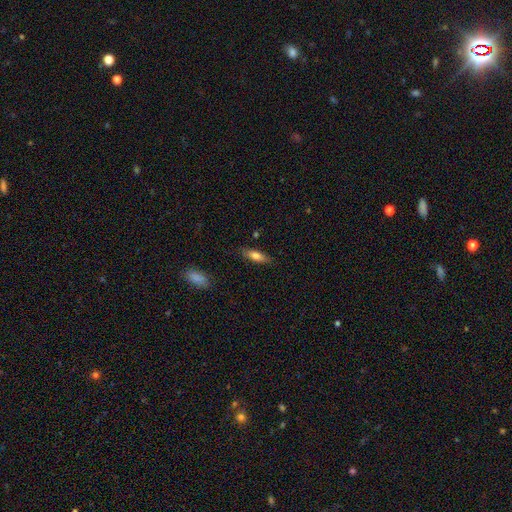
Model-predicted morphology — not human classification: A smooth galaxy with no disk features (75%) that is in between round and cigar-shaped (57%).

Vote fractions:
- Smooth or featured? smooth: 75% / featured or disk: 18% / star or artifact: 7%
- How rounded? in between: 57% / cigar-shaped: 41% / round: 2%
- Merging? none: 82% / minor disturbance: 13% / major disturbance: 3% / merger: 2%